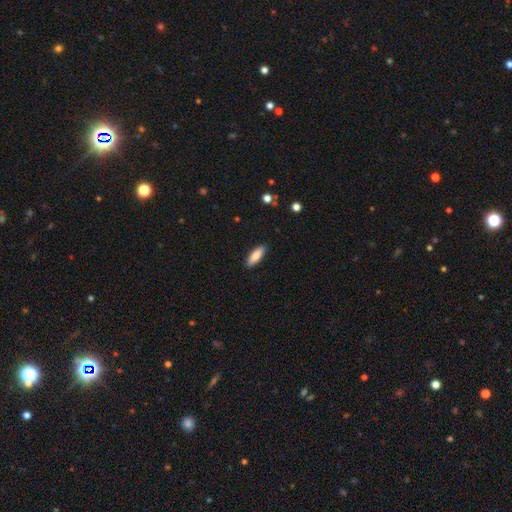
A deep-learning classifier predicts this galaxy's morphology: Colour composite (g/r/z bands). It shows a smooth galaxy with no disk features (85%) that is in between round and cigar-shaped (61%). Merging: none (89%).